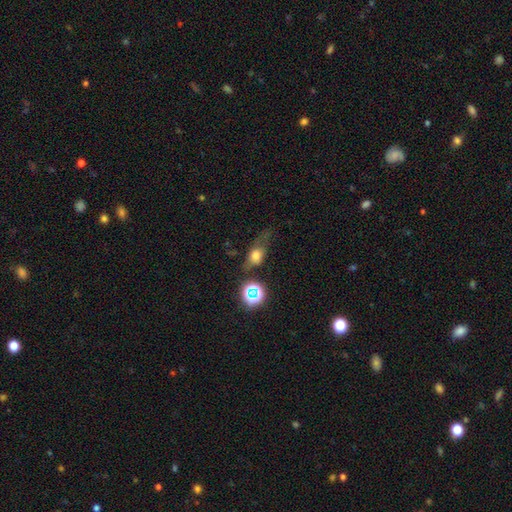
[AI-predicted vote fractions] Morphology: type=smooth (63%); roundness=in between (61%); merging=none (38%).